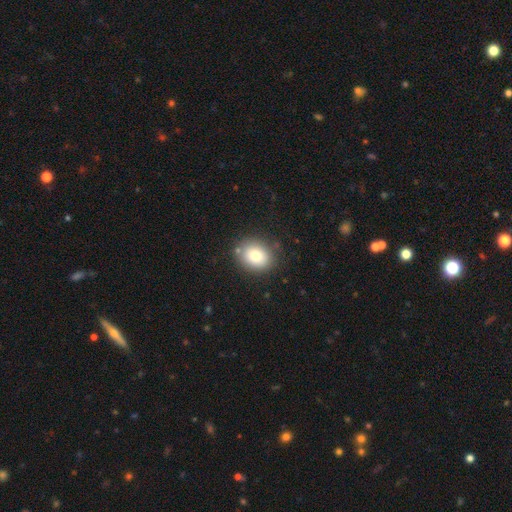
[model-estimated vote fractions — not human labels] The model was most divided on "how rounded": round: 53%, in between: 46%, cigar-shaped: 1%. More confident: merging — none (82%); smooth or featured — smooth (77%).